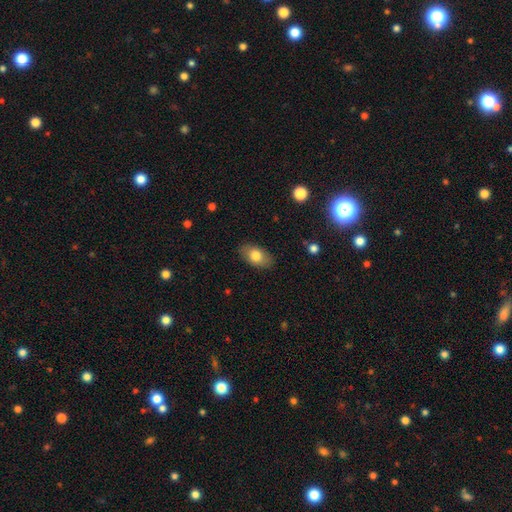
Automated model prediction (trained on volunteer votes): This is likely a smooth galaxy (78%). How rounded: clearly in between (90%). Merging: clearly none (85%).